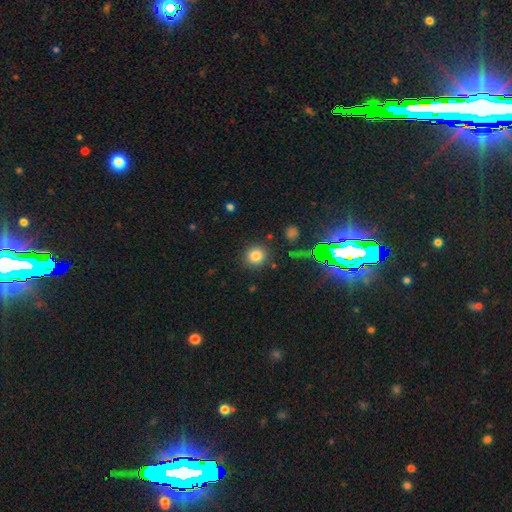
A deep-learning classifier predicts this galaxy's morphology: Smooth or featured? Predicted: smooth (p=0.80). How rounded? Predicted: round (p=0.86). Merging? Predicted: none (p=0.86).